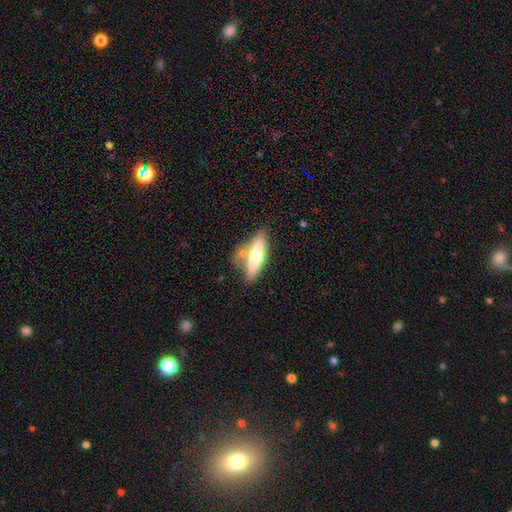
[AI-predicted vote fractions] A smooth galaxy with no disk features (57%) that is cigar-shaped (56%).

Vote fractions:
- Smooth or featured? smooth: 57% / featured or disk: 37% / star or artifact: 6%
- How rounded? cigar-shaped: 56% / in between: 42% / round: 3%
- Merging? none: 57% / merger: 21% / minor disturbance: 16% / major disturbance: 5%